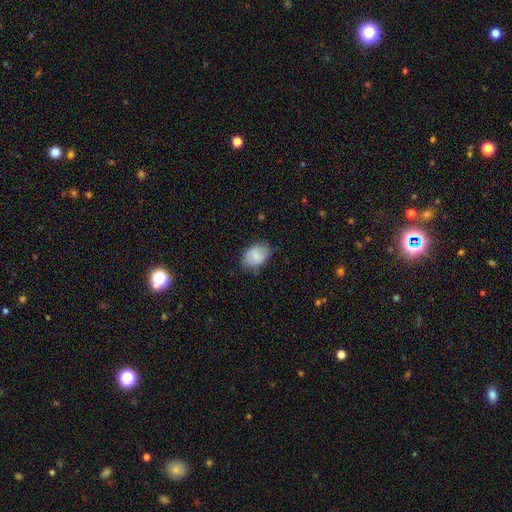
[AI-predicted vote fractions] smooth 75%, featured or disk 17%, star or artifact 8%. Down the decision tree: how rounded — in between (77%); merging — none (72%).